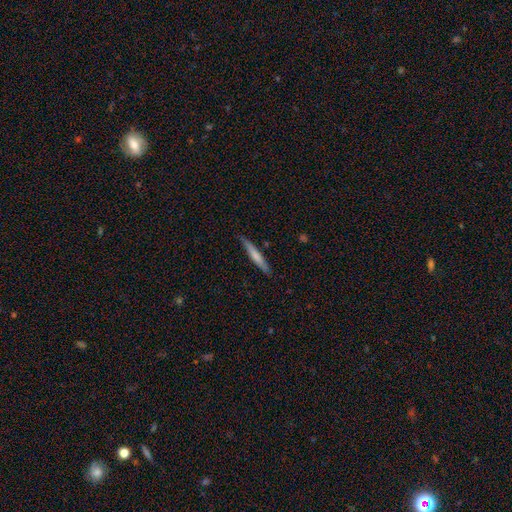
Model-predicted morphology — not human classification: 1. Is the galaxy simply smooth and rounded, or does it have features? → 64% smooth, 31% featured or disk, 5% star or artifact.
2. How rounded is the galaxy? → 95% cigar-shaped, 4% in between, 1% round.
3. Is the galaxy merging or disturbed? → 87% none, 10% minor disturbance, 2% major disturbance, 1% merger.